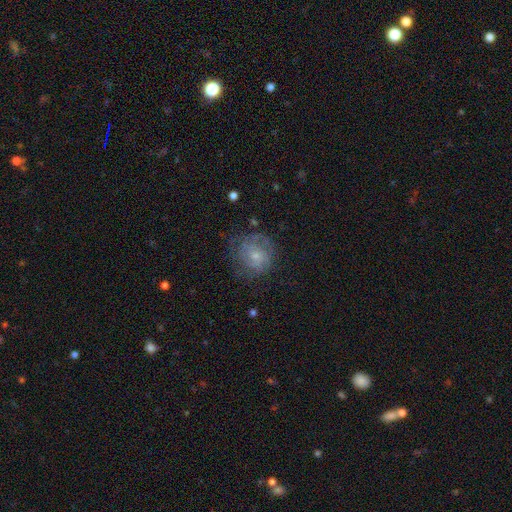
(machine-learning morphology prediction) smooth_or_featured: featured or disk (p=0.54) [alt: smooth p=0.36]
disk_edge_on: no (p=0.97) [alt: yes p=0.03]
bar: no (p=0.70) [alt: weak p=0.26]
has_spiral_arms: yes (p=0.71) [alt: no p=0.29]
bulge_size: small (p=0.60) [alt: moderate p=0.31]
merging: none (p=0.62) [alt: minor disturbance p=0.23]